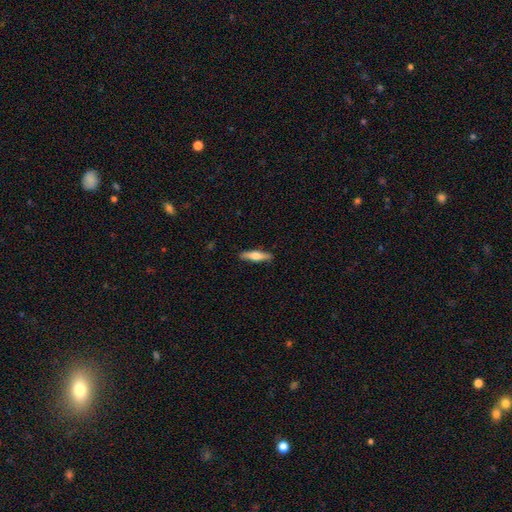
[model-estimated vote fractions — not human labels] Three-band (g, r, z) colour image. It shows a smooth galaxy with no disk features (53%) that is cigar-shaped (76%). Merging: none (89%).